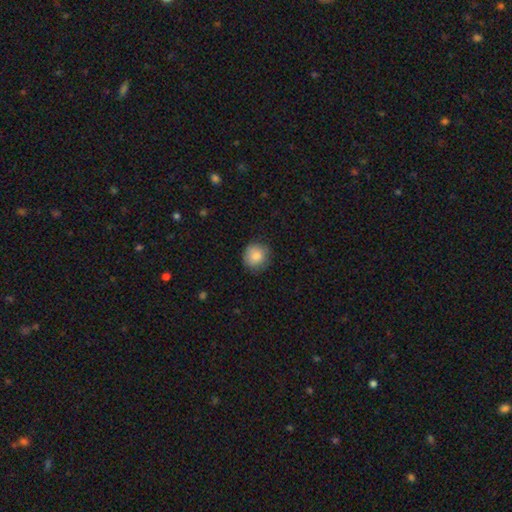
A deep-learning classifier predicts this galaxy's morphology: This appears to be a smooth galaxy with no disk features (85%) that is round (91%). Merging: none (83%).